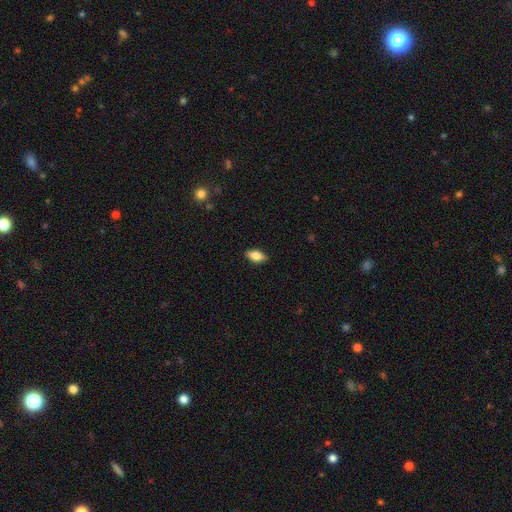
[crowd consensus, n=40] Q: Smooth or featured?
A: smooth (80%); runner-up: featured or disk (18%)
Q: How rounded?
A: in between (100%)
Q: Merging?
A: none (97%); runner-up: minor disturbance (3%)